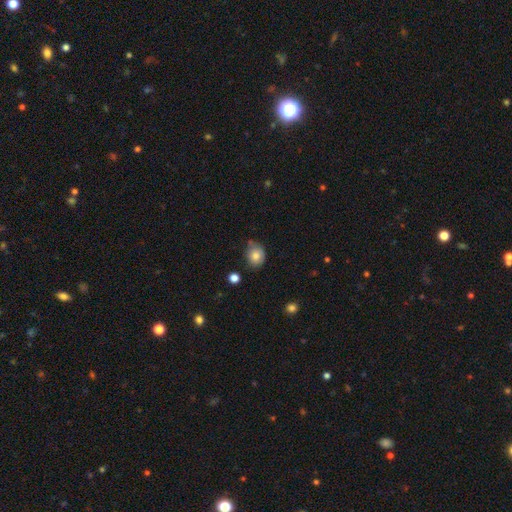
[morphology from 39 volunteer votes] A smooth galaxy with no disk features (90%) that is round (71%). Merging: none (78%).